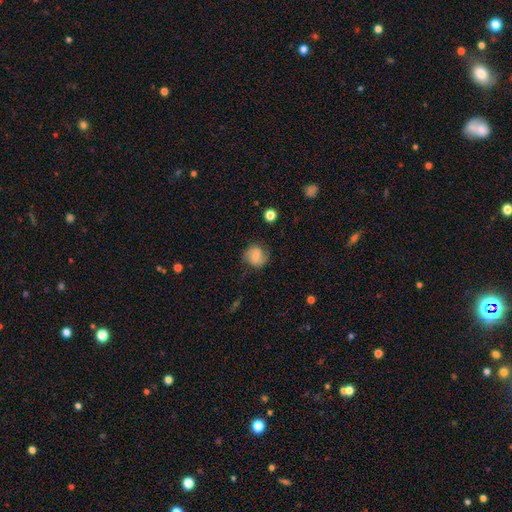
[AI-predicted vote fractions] Smooth or featured? smooth (50%)
Merging? none (76%)